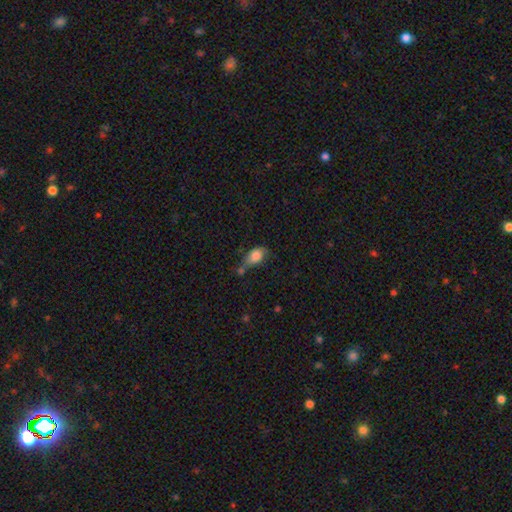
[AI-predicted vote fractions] Smooth or featured? Predicted: smooth (p=0.80). How rounded? Predicted: in between (p=0.85). Merging? Predicted: none (p=0.37).